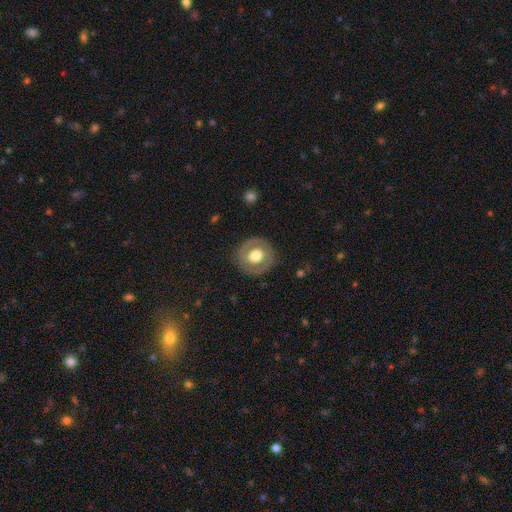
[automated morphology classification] smooth-or-featured: smooth: 48% | featured or disk: 45% | star or artifact: 6%
  merging: none: 84% | minor disturbance: 10% | major disturbance: 4% | merger: 1%